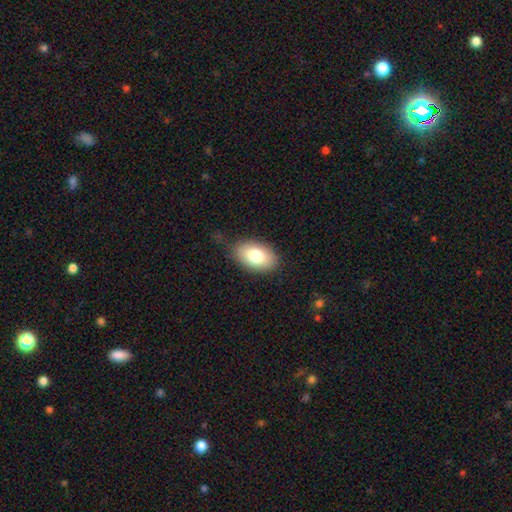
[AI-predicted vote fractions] This appears to be a smooth galaxy with no disk features (78%) that is in between round and cigar-shaped (91%). Merging: none (81%).